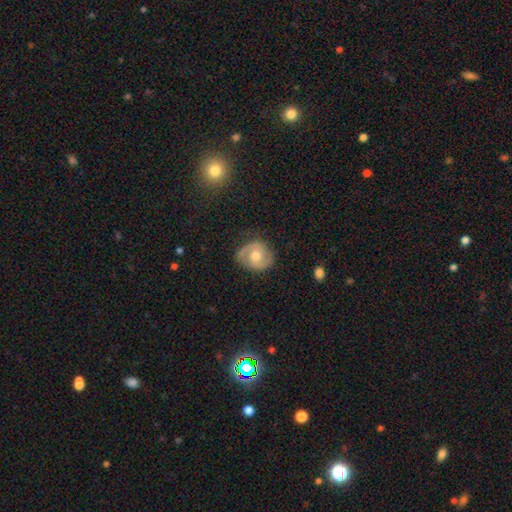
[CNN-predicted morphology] Smooth or featured? Predicted: featured or disk (p=0.66). Edge-on disk? Predicted: no (p=0.97). Bar? Predicted: no (p=0.63). Spiral arms? Predicted: yes (p=0.87). Spiral winding? Predicted: medium (p=0.47). Spiral arm count? Predicted: 2 (p=0.83). Bulge size? Predicted: moderate (p=0.72). Merging? Predicted: none (p=0.75).